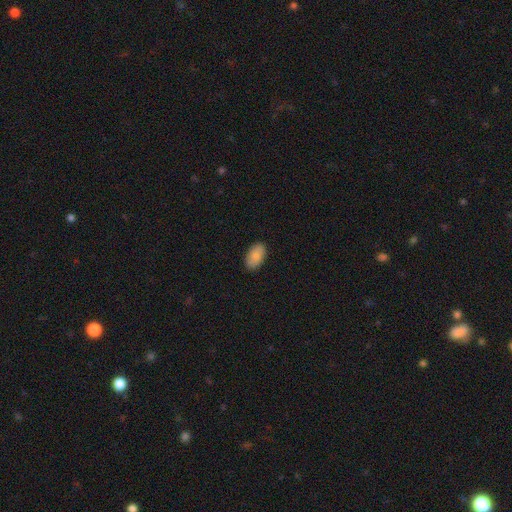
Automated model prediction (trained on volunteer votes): Smooth or featured? Predicted: smooth (p=0.88). How rounded? Predicted: in between (p=0.94). Merging? Predicted: none (p=0.88).